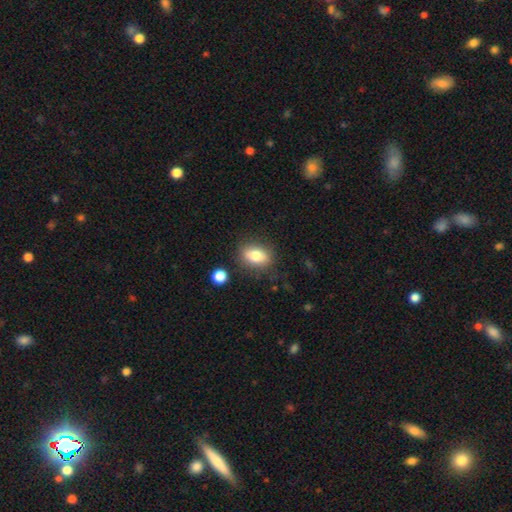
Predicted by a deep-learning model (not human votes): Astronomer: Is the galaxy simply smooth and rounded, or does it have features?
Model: smooth — 79%.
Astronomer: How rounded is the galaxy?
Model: in between — 77%.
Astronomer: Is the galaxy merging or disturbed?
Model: none — 81%.